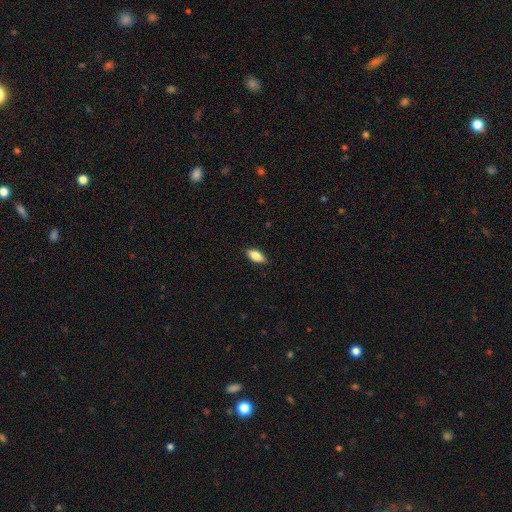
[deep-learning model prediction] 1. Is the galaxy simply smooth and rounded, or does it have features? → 80% smooth, 14% featured or disk, 7% star or artifact.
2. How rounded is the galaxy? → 84% in between, 14% cigar-shaped, 3% round.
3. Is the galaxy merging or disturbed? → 87% none, 10% minor disturbance, 2% major disturbance, 1% merger.